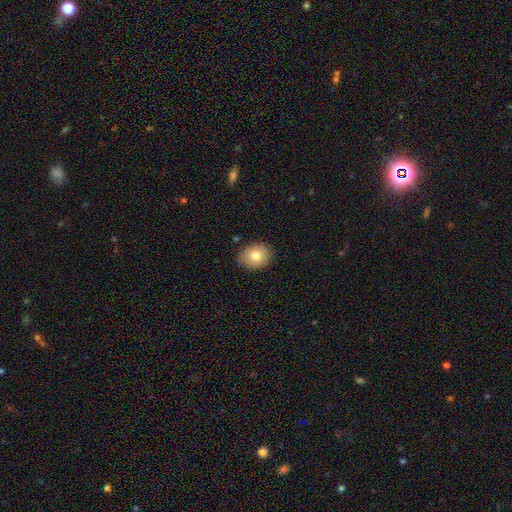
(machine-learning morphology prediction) smooth_or_featured: smooth (p=0.80) [alt: featured or disk p=0.12]
how_rounded: in between (p=0.55) [alt: round p=0.44]
merging: none (p=0.84) [alt: minor disturbance p=0.12]